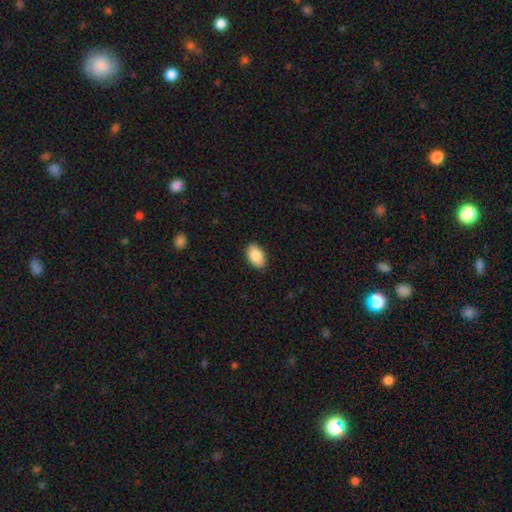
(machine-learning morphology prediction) Smooth or featured? Predicted: smooth (p=0.86). How rounded? Predicted: in between (p=0.93). Merging? Predicted: none (p=0.88).